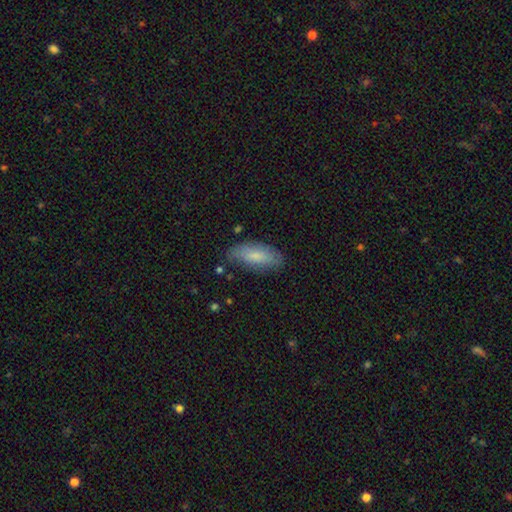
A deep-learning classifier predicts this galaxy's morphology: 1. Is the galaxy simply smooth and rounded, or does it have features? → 76% smooth, 18% featured or disk, 6% star or artifact.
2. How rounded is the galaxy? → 79% in between, 19% cigar-shaped, 2% round.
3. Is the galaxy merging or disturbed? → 72% none, 21% minor disturbance, 4% major disturbance, 2% merger.